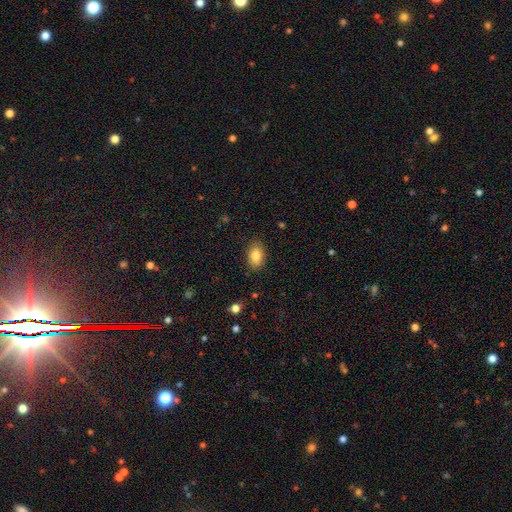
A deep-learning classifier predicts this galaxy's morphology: Q: Smooth or featured?
A: smooth (83%); runner-up: featured or disk (9%)
Q: How rounded?
A: in between (87%); runner-up: round (11%)
Q: Merging?
A: none (86%); runner-up: minor disturbance (11%)